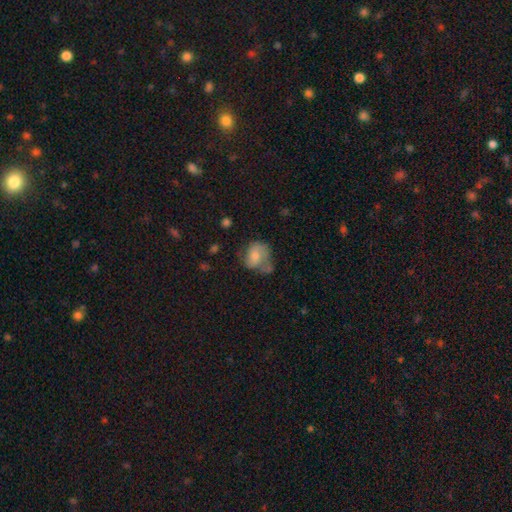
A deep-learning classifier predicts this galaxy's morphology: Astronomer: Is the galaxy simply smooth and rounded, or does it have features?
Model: smooth — 55% (runner-up: featured or disk, 36%).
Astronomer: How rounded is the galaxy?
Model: in between — 51% (runner-up: round, 48%).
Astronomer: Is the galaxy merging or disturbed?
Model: none — 31% (runner-up: minor disturbance, 29%).